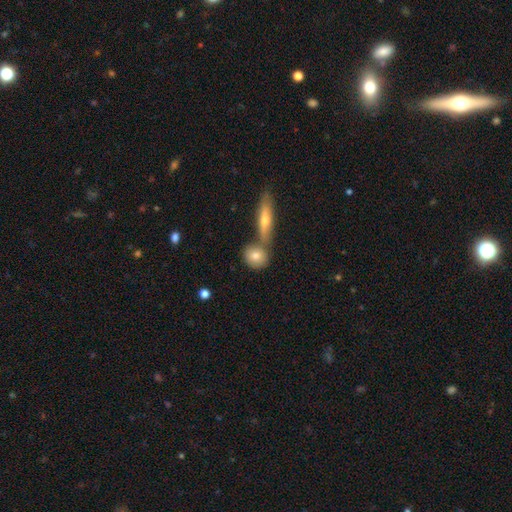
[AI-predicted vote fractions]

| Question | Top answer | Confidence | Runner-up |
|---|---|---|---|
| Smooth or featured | smooth | 76% | featured or disk (16%) |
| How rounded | round | 72% | in between (21%) |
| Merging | none | 62% | merger (26%) |